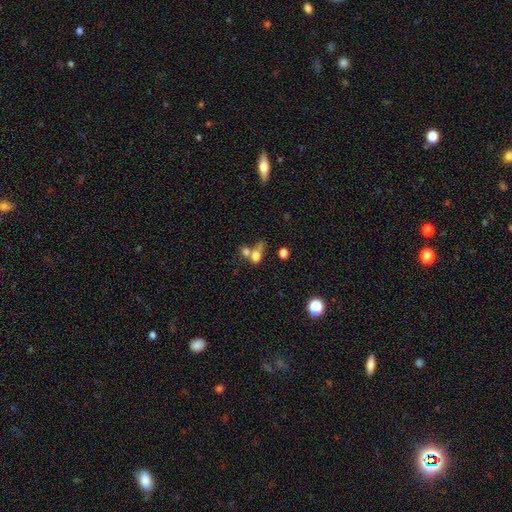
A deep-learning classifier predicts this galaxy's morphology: smooth_or_featured: smooth (p=0.71) [alt: featured or disk p=0.17]
how_rounded: in between (p=0.65) [alt: round p=0.30]
merging: merger (p=0.57) [alt: none p=0.23]